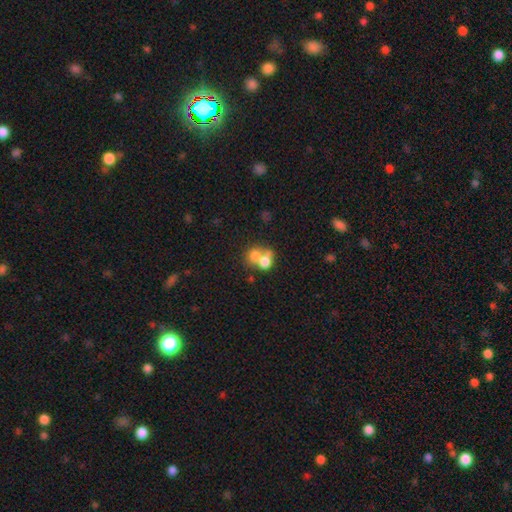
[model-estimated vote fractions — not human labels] Q: Smooth or featured?
A: smooth (69%); runner-up: featured or disk (19%)
Q: How rounded?
A: round (62%); runner-up: in between (37%)
Q: Merging?
A: merger (65%); runner-up: none (25%)